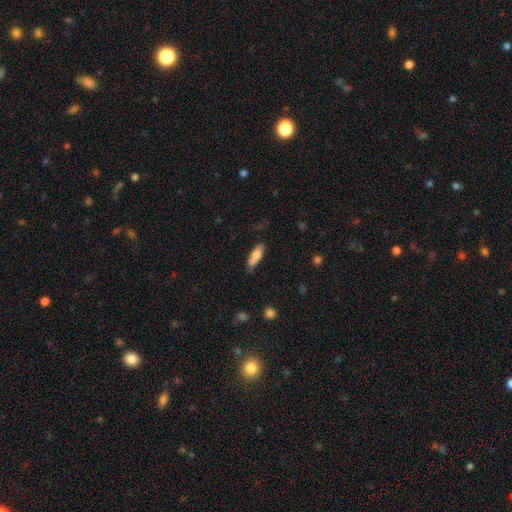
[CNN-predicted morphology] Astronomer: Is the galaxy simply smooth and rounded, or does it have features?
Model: smooth — 76%.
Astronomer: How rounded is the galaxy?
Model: cigar-shaped — 52% (runner-up: in between, 46%).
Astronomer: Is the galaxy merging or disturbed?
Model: none — 66%.